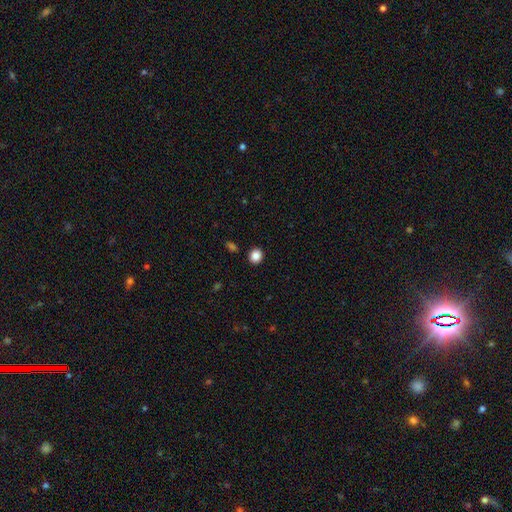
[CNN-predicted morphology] Q: Smooth or featured?
A: smooth (86%); runner-up: star or artifact (10%)
Q: How rounded?
A: round (81%); runner-up: in between (18%)
Q: Merging?
A: none (91%); runner-up: minor disturbance (5%)